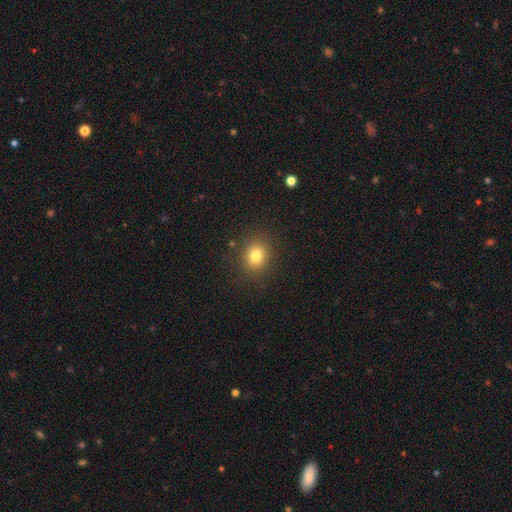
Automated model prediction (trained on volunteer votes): Smooth or featured: smooth — 79% (star or artifact — 13%)
How rounded: round — 74% (in between — 25%)
Merging: none — 87% (minor disturbance — 8%)